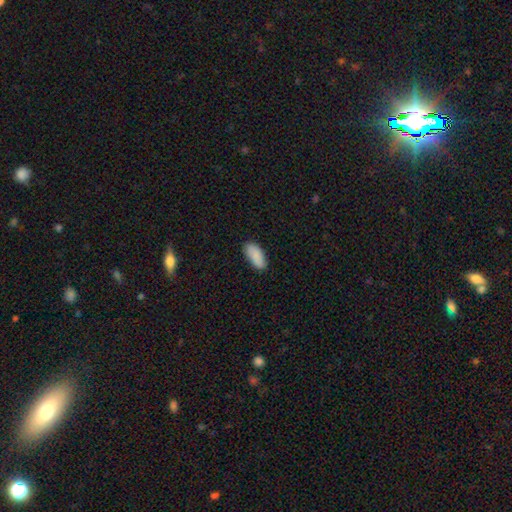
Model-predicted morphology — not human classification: smooth_or_featured: smooth (p=0.89) [alt: star or artifact p=0.06]
how_rounded: in between (p=0.89) [alt: cigar-shaped p=0.09]
merging: none (p=0.85) [alt: minor disturbance p=0.12]